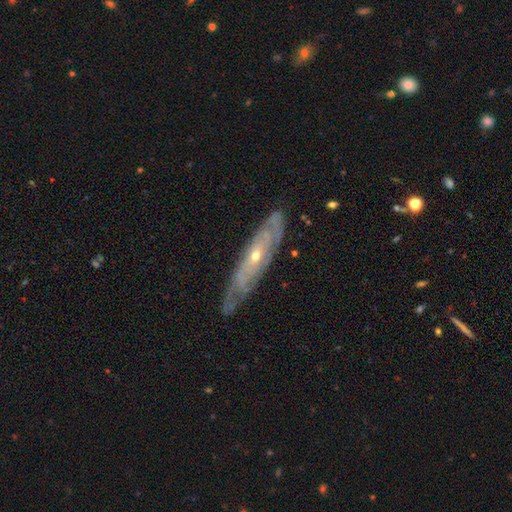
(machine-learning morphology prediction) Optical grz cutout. It shows a featured or disk galaxy (82%) with no bar (76%), spiral arms (82%) and a small central bulge (59%). Merging: none (71%).